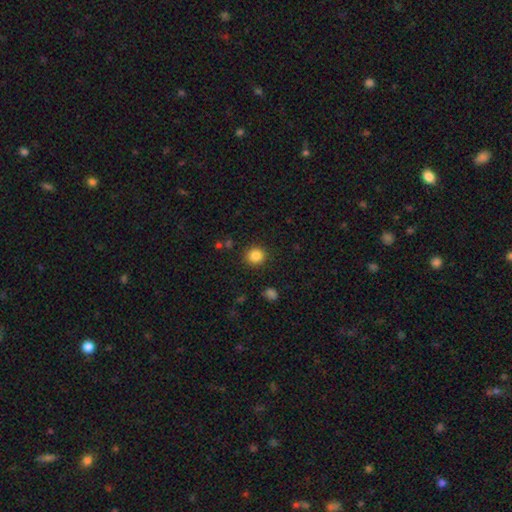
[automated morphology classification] type=smooth (85%); roundness=round (91%); merging=none (90%).